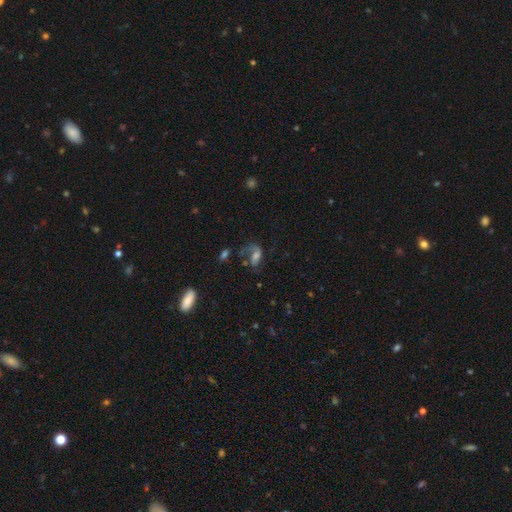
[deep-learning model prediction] A featured or disk galaxy (53%). Merging: major disturbance (38%).